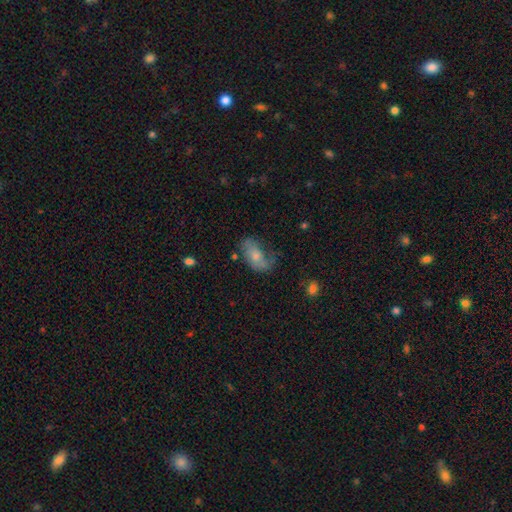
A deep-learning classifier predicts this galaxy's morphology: Overall: smooth (58%; featured or disk 34%). How rounded: in between (91%). Merging: none (39%; minor disturbance 30%).